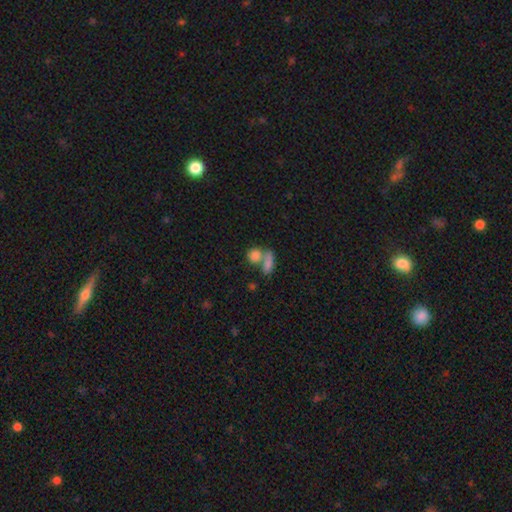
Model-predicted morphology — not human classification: smooth-or-featured: smooth: 81% | featured or disk: 10% | star or artifact: 9%
  how-rounded: round: 50% | in between: 41% | cigar-shaped: 8%
  merging: merger: 48% | none: 40% | minor disturbance: 8% | major disturbance: 5%